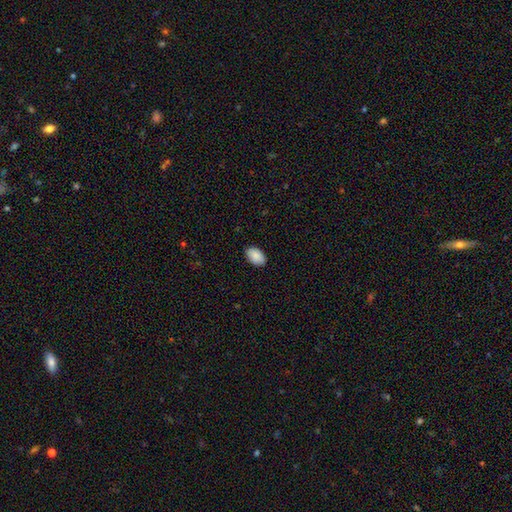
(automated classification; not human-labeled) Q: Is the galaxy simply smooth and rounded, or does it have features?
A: smooth — 90%.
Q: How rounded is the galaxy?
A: in between — 92%.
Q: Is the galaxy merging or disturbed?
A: none — 88%.